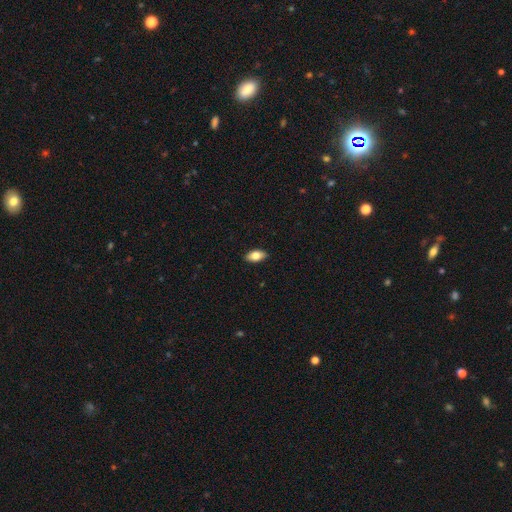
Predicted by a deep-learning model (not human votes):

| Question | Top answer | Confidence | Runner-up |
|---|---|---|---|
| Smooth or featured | smooth | 80% | featured or disk (14%) |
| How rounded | in between | 91% | cigar-shaped (5%) |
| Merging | none | 89% | minor disturbance (8%) |